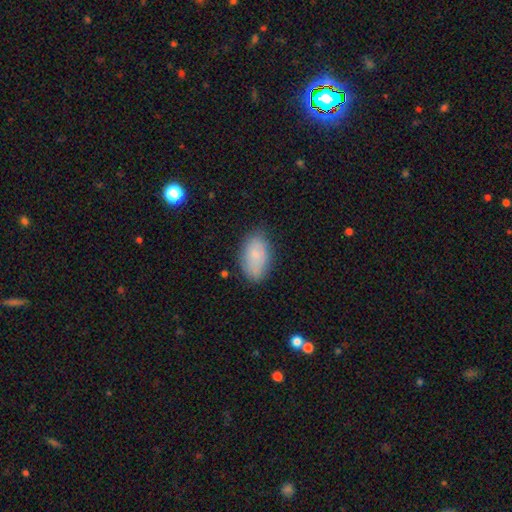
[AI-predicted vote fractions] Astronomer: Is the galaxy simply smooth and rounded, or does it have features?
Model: smooth — 77%.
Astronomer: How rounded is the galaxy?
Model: in between — 92%.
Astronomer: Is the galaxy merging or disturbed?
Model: none — 75%.